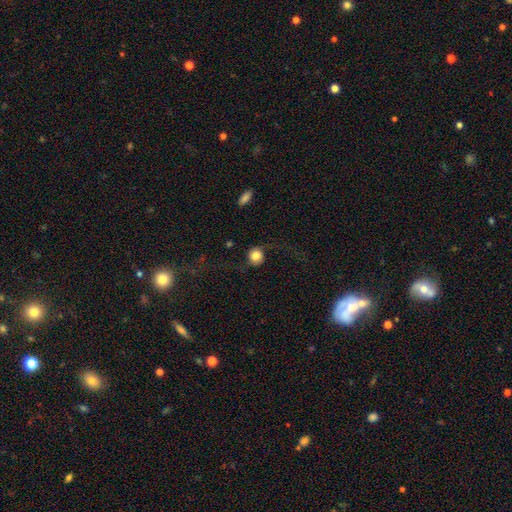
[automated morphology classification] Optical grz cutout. It shows a smooth galaxy with no disk features (70%) that is round (86%). Merging: none (61%).